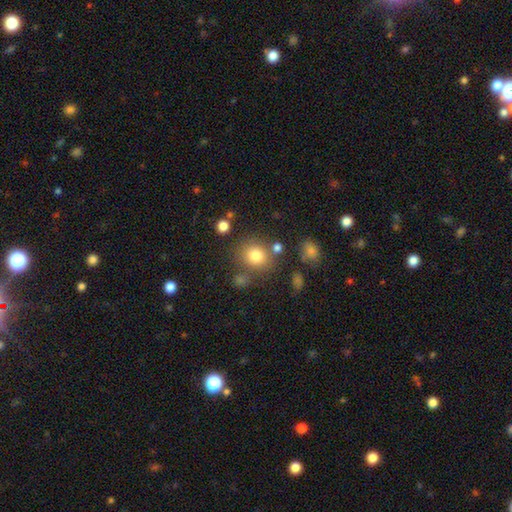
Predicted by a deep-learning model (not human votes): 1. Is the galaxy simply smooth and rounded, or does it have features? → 78% smooth, 13% star or artifact, 9% featured or disk.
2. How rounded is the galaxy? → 75% round, 24% in between, 1% cigar-shaped.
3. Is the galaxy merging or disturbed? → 71% none, 12% minor disturbance, 11% merger, 5% major disturbance.